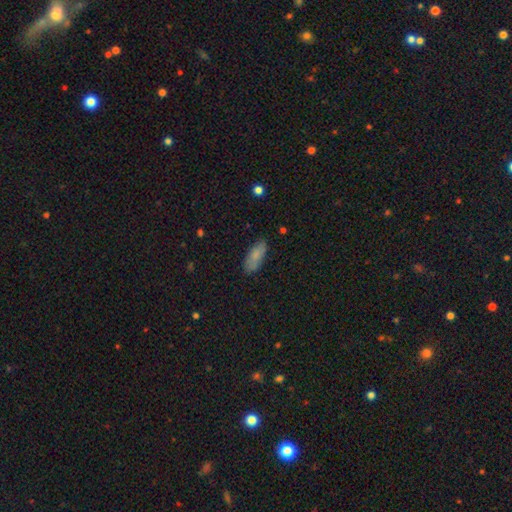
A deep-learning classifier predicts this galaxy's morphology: smooth-or-featured: smooth: 82% | featured or disk: 11% | star or artifact: 7%
  how-rounded: in between: 82% | cigar-shaped: 16% | round: 2%
  merging: none: 80% | minor disturbance: 15% | major disturbance: 3% | merger: 1%